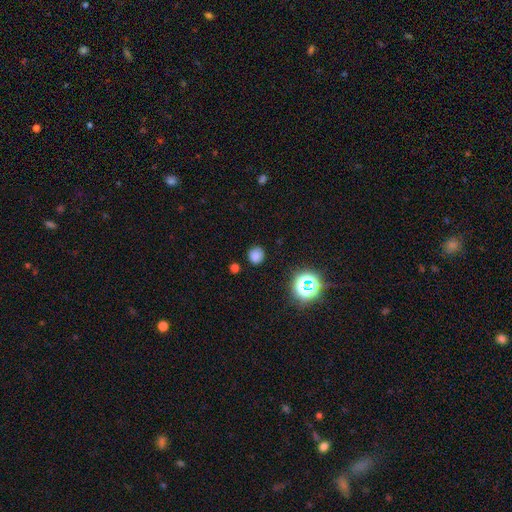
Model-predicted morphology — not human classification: smooth-or-featured: smooth: 75% | star or artifact: 20% | featured or disk: 5%
  how-rounded: round: 86% | in between: 13% | cigar-shaped: 1%
  merging: none: 86% | minor disturbance: 9% | major disturbance: 3% | merger: 2%